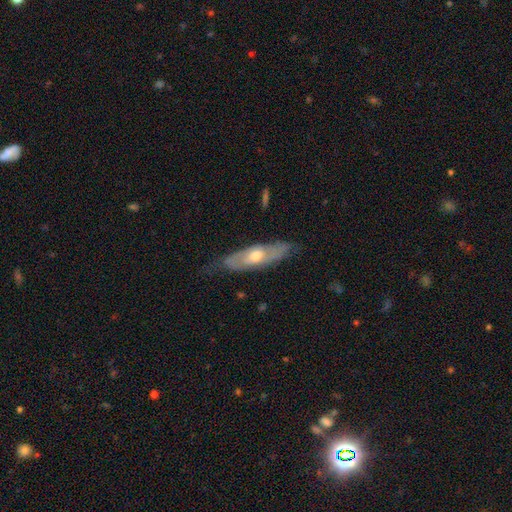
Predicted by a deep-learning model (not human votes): Smooth or featured?
  - featured or disk: 60% *
  - smooth: 34%
  - star or artifact: 6%
Edge-on disk?
  - no: 63% *
  - yes: 37%
Merging?
  - none: 69% *
  - minor disturbance: 23%
  - major disturbance: 7%
  - merger: 2%